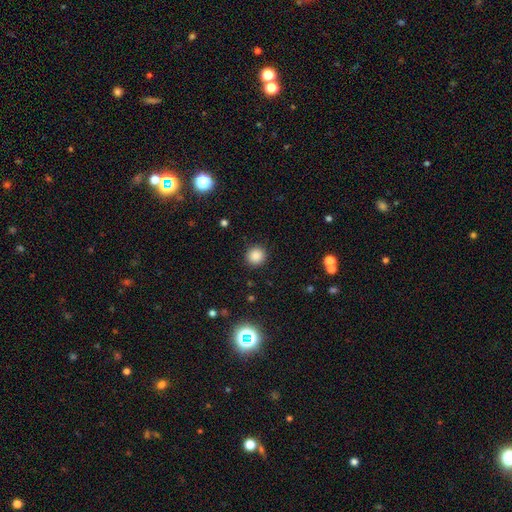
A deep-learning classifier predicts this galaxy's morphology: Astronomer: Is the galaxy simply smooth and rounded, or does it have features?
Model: smooth — 85%.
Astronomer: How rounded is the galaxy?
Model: round — 94%.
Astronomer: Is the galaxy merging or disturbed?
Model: none — 91%.